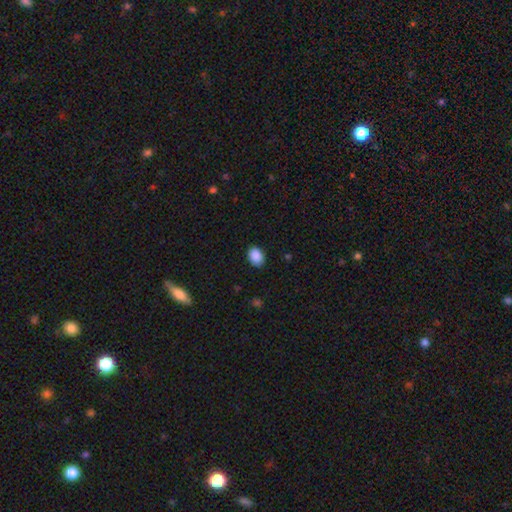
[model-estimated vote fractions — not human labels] smooth_or_featured: smooth (p=0.90) [alt: star or artifact p=0.08]
how_rounded: in between (p=0.74) [alt: round p=0.25]
merging: none (p=0.87) [alt: minor disturbance p=0.09]